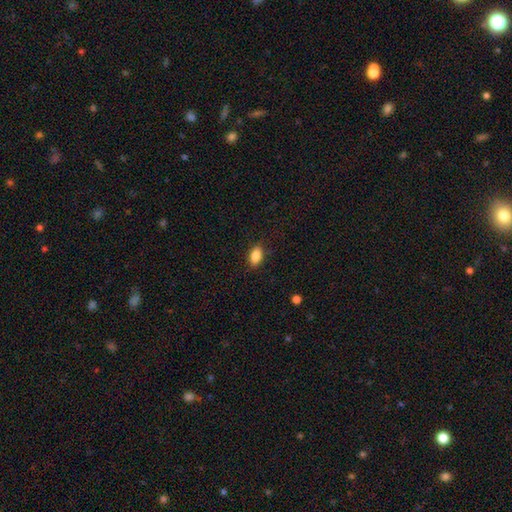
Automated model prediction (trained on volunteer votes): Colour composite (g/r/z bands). It shows a smooth galaxy with no disk features (87%) that is in between round and cigar-shaped (89%). Merging: none (85%).